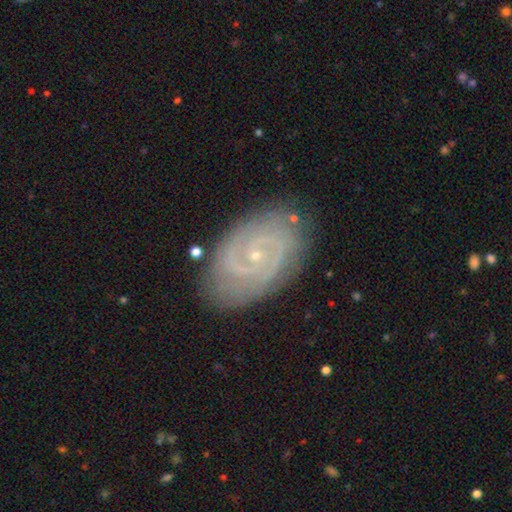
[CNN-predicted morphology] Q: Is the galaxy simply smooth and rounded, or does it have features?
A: featured or disk — 86%.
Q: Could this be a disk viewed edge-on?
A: no — 97%.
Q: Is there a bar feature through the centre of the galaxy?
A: no — 59%.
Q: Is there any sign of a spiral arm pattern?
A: yes — 97%.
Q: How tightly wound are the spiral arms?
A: tight — 62%.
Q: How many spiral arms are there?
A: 2 — 68%.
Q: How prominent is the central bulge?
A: small — 83%.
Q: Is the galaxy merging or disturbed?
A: none — 83%.